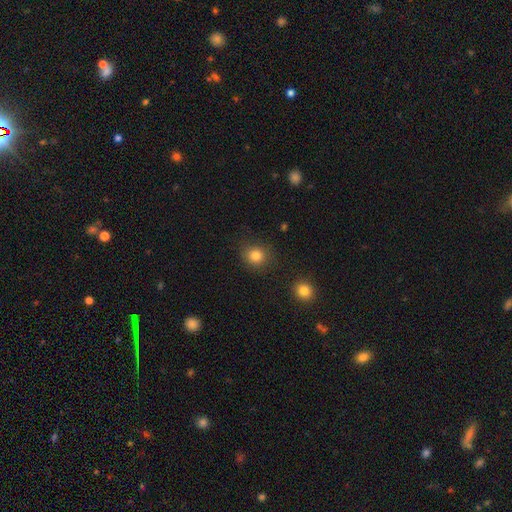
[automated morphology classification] Smooth or featured?
  - smooth: 82% *
  - star or artifact: 12%
  - featured or disk: 6%
How rounded?
  - round: 84% *
  - in between: 15%
  - cigar-shaped: 1%
Merging?
  - none: 84% *
  - minor disturbance: 10%
  - major disturbance: 4%
  - merger: 2%